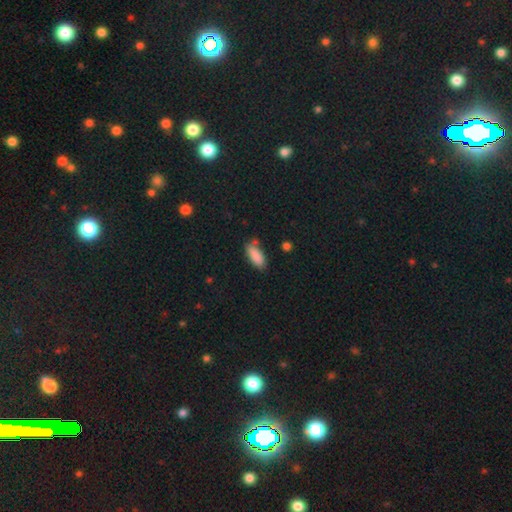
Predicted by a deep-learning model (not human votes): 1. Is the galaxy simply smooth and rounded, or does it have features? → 88% smooth, 7% star or artifact, 5% featured or disk.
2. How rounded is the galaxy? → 79% in between, 19% cigar-shaped, 2% round.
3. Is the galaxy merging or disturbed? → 72% none, 19% minor disturbance, 6% merger, 4% major disturbance.